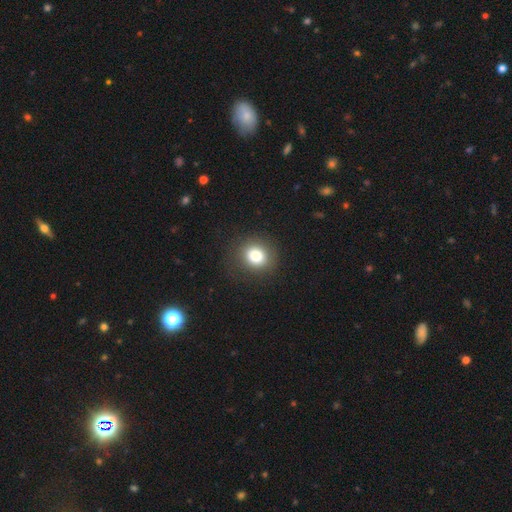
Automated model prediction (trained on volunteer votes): Smooth or featured? Predicted: smooth (p=0.80). How rounded? Predicted: round (p=0.80). Merging? Predicted: none (p=0.87).